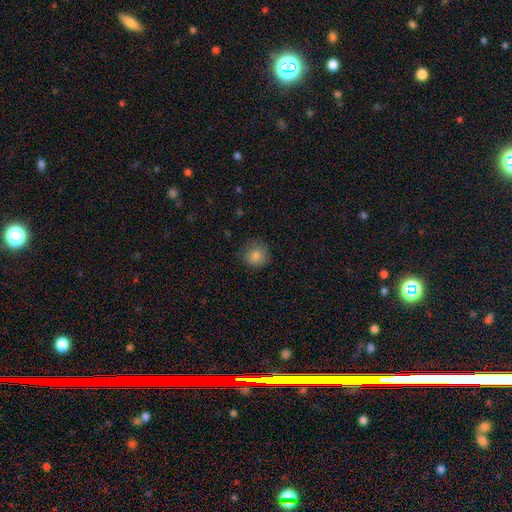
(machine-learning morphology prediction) This is clearly a smooth galaxy (84%). How rounded: clearly round (90%). Merging: clearly none (81%).